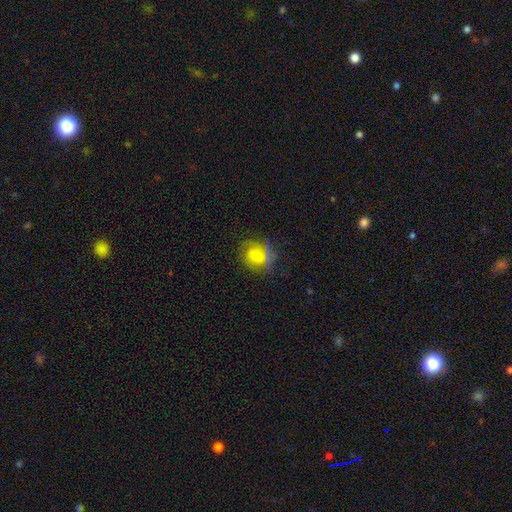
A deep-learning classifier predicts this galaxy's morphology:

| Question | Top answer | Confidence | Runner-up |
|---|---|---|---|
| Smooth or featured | smooth | 57% | featured or disk (29%) |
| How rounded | round | 76% | in between (22%) |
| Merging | none | 68% | minor disturbance (20%) |